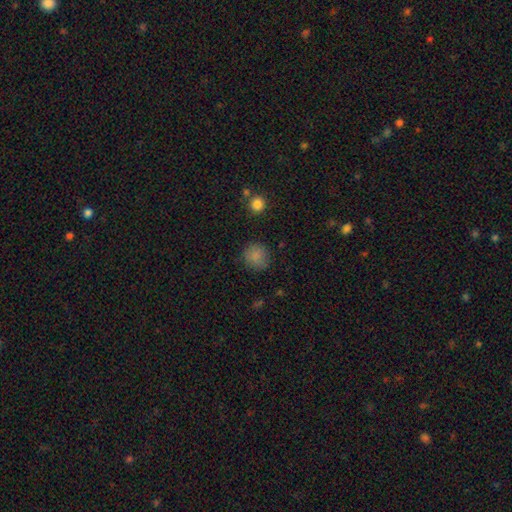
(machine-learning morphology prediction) smooth_or_featured: smooth (p=0.83) [alt: star or artifact p=0.11]
how_rounded: round (p=0.88) [alt: in between p=0.11]
merging: none (p=0.82) [alt: minor disturbance p=0.13]